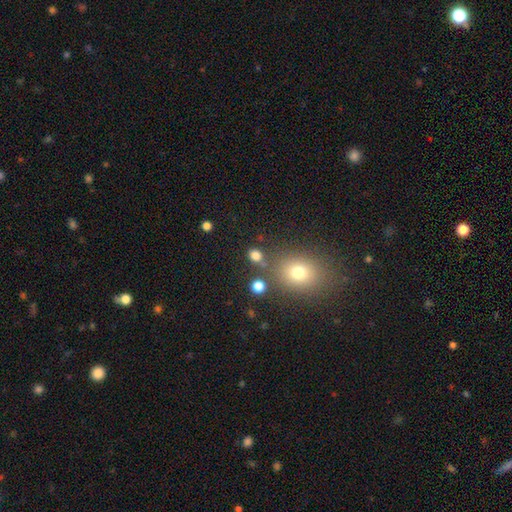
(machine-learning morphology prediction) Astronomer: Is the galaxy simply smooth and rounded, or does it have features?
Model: smooth — 78%.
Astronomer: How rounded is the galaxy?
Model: round — 66%.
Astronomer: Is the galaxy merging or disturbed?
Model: none — 72%.